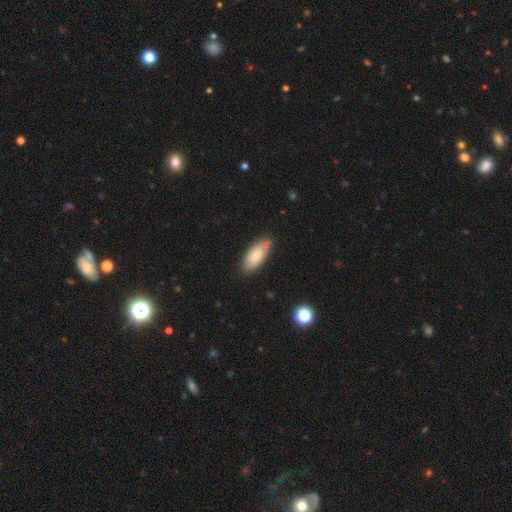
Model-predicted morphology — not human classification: A smooth galaxy with no disk features (77%) that is in between round and cigar-shaped (84%).

Vote fractions:
- Smooth or featured? smooth: 77% / featured or disk: 16% / star or artifact: 7%
- How rounded? in between: 84% / cigar-shaped: 14% / round: 2%
- Merging? none: 71% / minor disturbance: 17% / merger: 8% / major disturbance: 3%